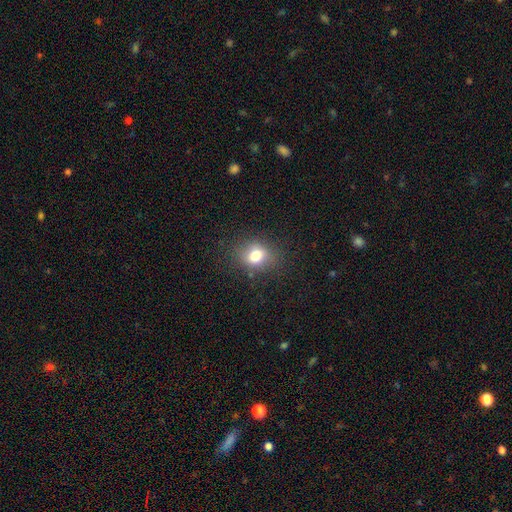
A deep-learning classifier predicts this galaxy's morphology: Smooth or featured? Predicted: smooth (p=0.75). How rounded? Predicted: round (p=0.54). Merging? Predicted: none (p=0.82).